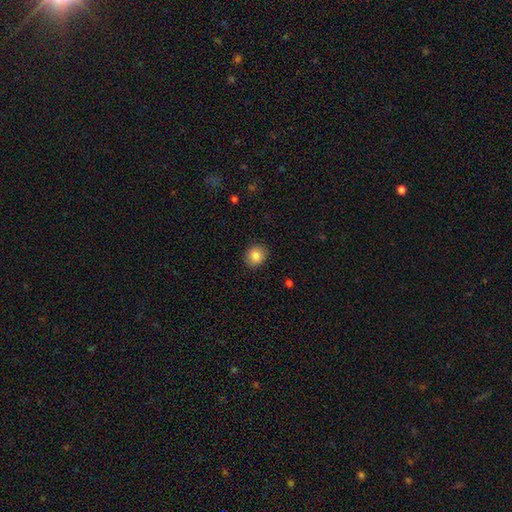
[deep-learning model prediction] Smooth or featured: smooth — 85% (star or artifact — 9%)
How rounded: round — 75% (in between — 24%)
Merging: none — 89% (minor disturbance — 8%)